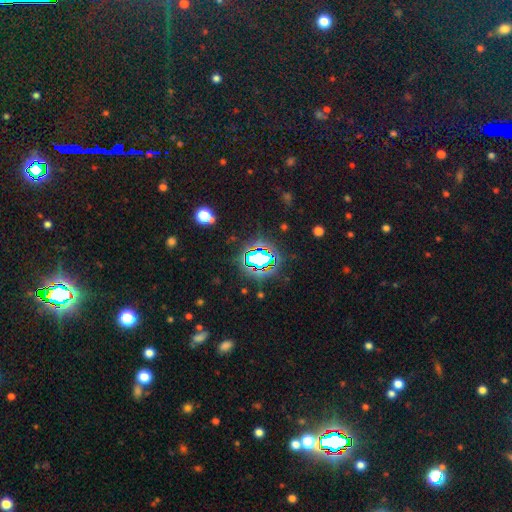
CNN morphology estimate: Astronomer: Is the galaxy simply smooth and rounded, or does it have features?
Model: star or artifact — 66%.